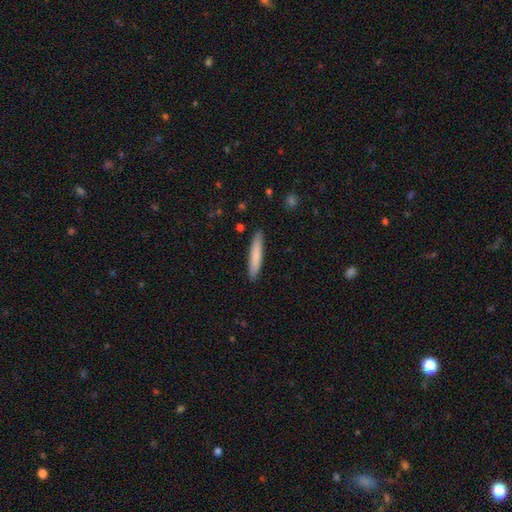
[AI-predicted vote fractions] Smooth or featured? smooth (79%)
How rounded? cigar-shaped (92%)
Merging? none (89%)